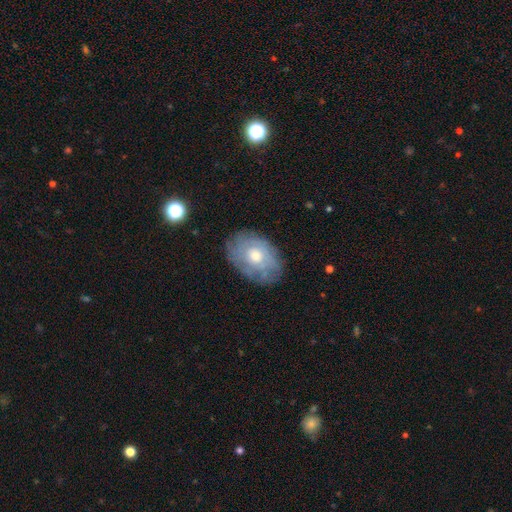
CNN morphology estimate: smooth-or-featured: featured or disk: 55% | smooth: 37% | star or artifact: 8%
  disk-edge-on: no: 94% | yes: 6%
    bar: no: 85% | weak: 13% | strong: 2%
    has-spiral-arms: yes: 54% | no: 46%
    bulge-size: moderate: 68% | small: 20% | large: 9% | none: 2% | dominant: 1%
  merging: none: 76% | minor disturbance: 18% | major disturbance: 5% | merger: 1%